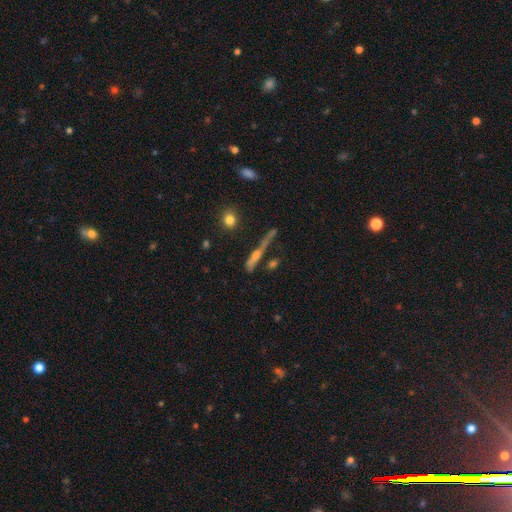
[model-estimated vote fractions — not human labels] featured or disk 58%, smooth 30%, star or artifact 12%. Down the decision tree: edge-on disk — yes (89%); edge-on bulge — rounded (67%); merging — none (56%).